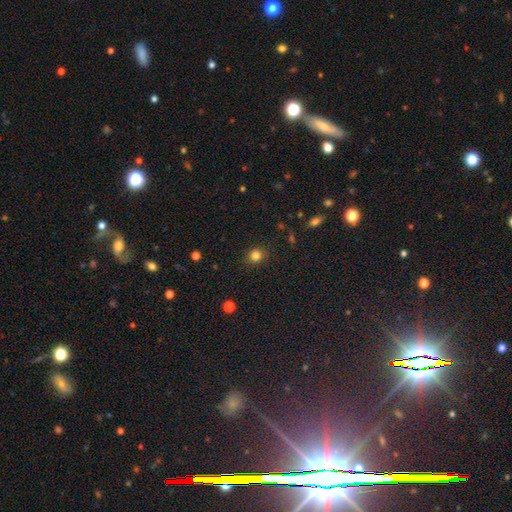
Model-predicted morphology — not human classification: A smooth galaxy with no disk features (83%) that is round (78%). Merging: none (88%).